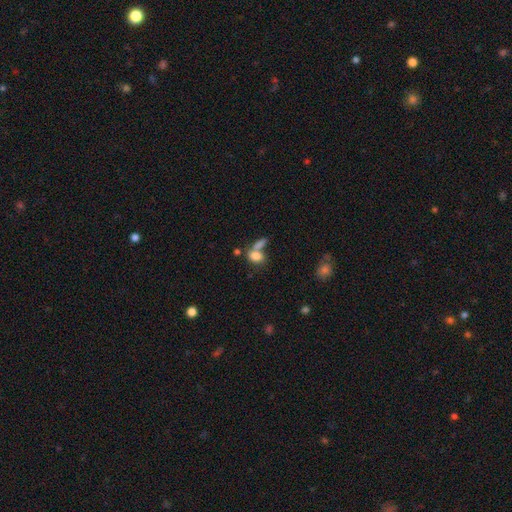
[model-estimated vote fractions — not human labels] The model was most divided on "merging": merger: 47%, none: 35%, minor disturbance: 11%, major disturbance: 7%. More confident: smooth or featured — smooth (79%); how rounded — in between (77%).